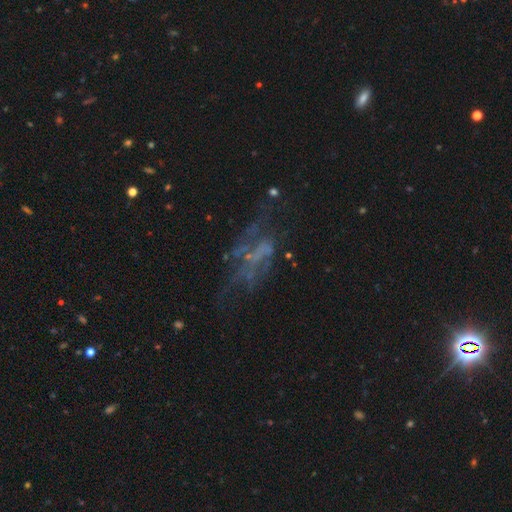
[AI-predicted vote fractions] featured or disk 57%, star or artifact 25%, smooth 18%. Down the decision tree: edge-on disk — no (94%); bar — no (81%); spiral arms — no (77%); bulge size — none (79%); merging — none (42%).